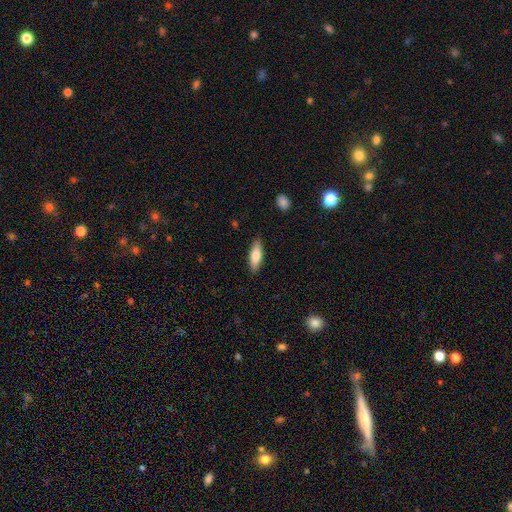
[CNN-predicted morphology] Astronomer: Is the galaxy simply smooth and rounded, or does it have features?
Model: smooth — 77%.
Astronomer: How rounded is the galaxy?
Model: in between — 58% (runner-up: cigar-shaped, 40%).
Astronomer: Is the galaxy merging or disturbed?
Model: none — 88%.